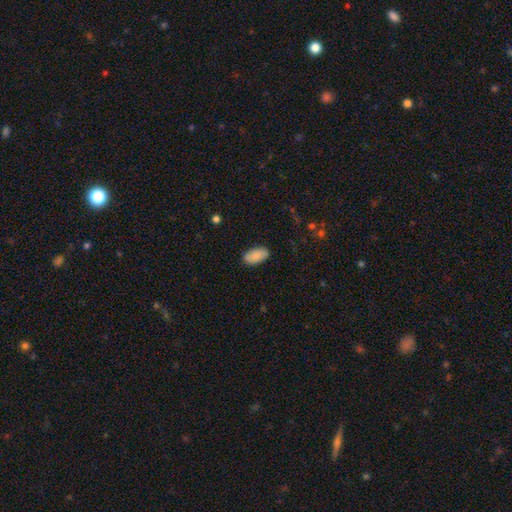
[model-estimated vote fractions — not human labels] This appears to be a smooth galaxy with no disk features (85%) that is in between round and cigar-shaped (94%). Merging: none (84%).